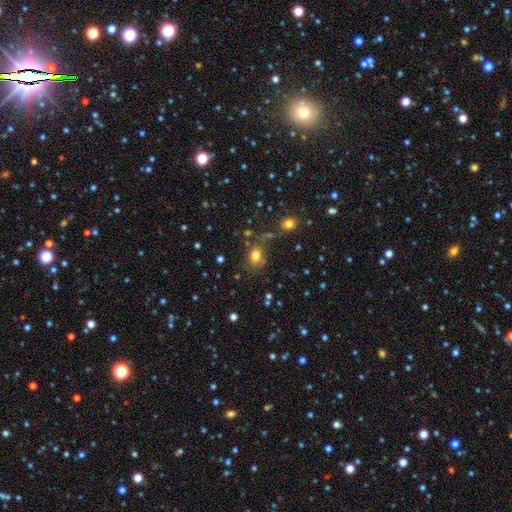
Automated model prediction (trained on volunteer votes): This appears to be a smooth galaxy with no disk features (75%) that is round (56%). Merging: none (63%).